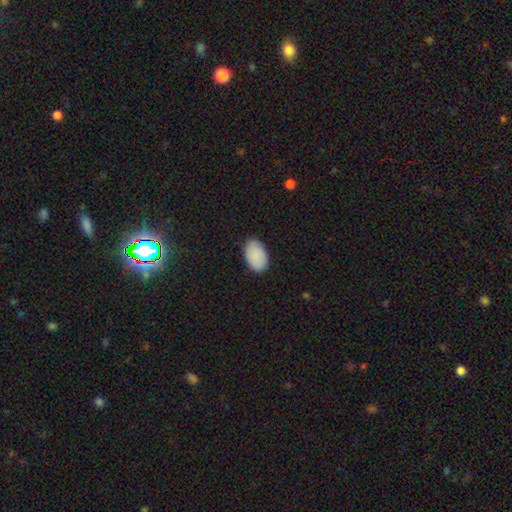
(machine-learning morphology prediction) smooth_or_featured: smooth (p=0.89) [alt: star or artifact p=0.06]
how_rounded: in between (p=0.92) [alt: round p=0.07]
merging: none (p=0.83) [alt: minor disturbance p=0.14]